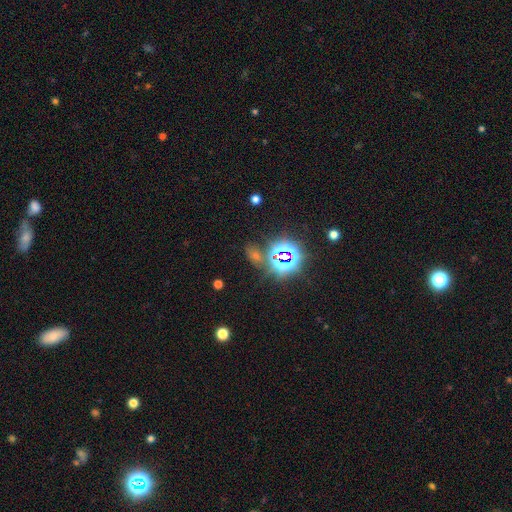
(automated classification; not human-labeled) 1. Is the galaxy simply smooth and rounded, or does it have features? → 67% star or artifact, 23% smooth, 10% featured or disk.